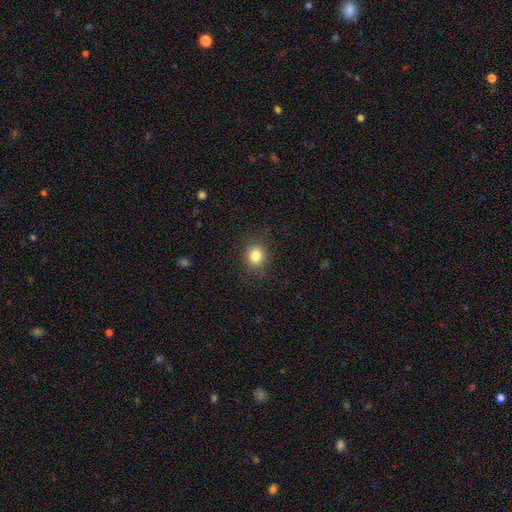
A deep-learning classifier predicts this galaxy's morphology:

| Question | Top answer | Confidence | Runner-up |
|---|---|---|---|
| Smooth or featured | smooth | 83% | star or artifact (11%) |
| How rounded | round | 76% | in between (24%) |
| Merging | none | 87% | minor disturbance (9%) |